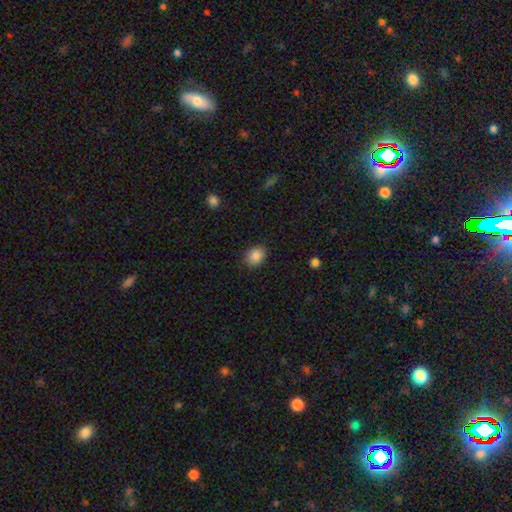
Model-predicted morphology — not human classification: This is clearly a smooth galaxy (87%). How rounded: possibly round (55%). Merging: clearly none (85%).